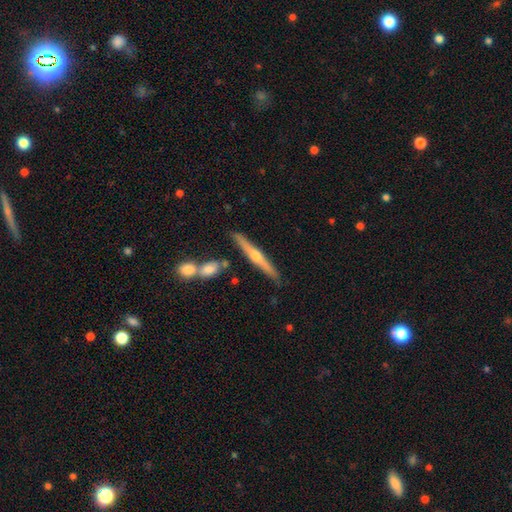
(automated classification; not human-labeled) smooth-or-featured: featured or disk: 70% | smooth: 24% | star or artifact: 6%
  disk-edge-on: yes: 97% | no: 3%
    edge-on-bulge: rounded: 87% | none: 10% | boxy: 3%
  merging: none: 83% | minor disturbance: 8% | merger: 7% | major disturbance: 2%